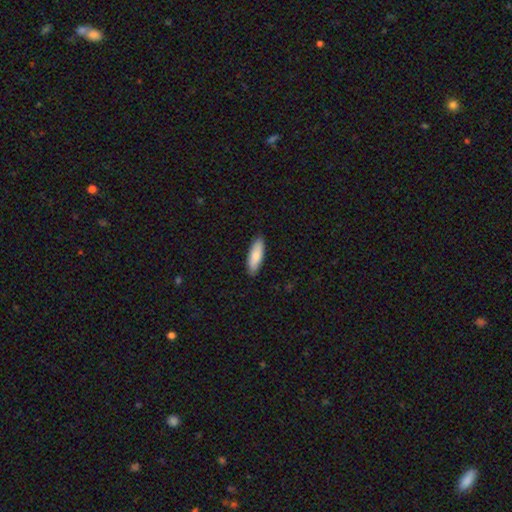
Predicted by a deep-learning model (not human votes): smooth_or_featured: smooth (p=0.84) [alt: featured or disk p=0.11]
how_rounded: in between (p=0.54) [alt: cigar-shaped p=0.44]
merging: none (p=0.89) [alt: minor disturbance p=0.09]